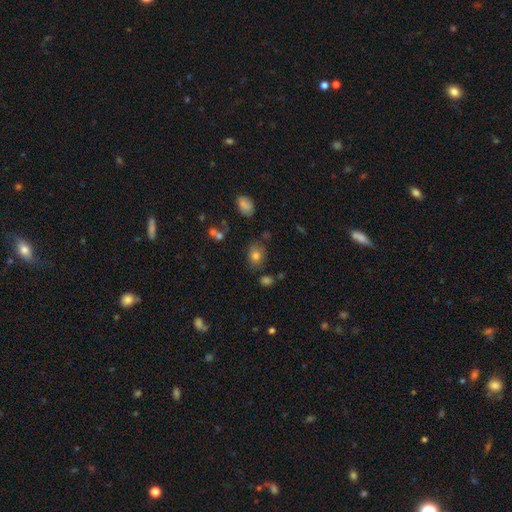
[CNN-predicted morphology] Overall: smooth (77%). How rounded: in between (53%; round 46%). Merging: none (73%).